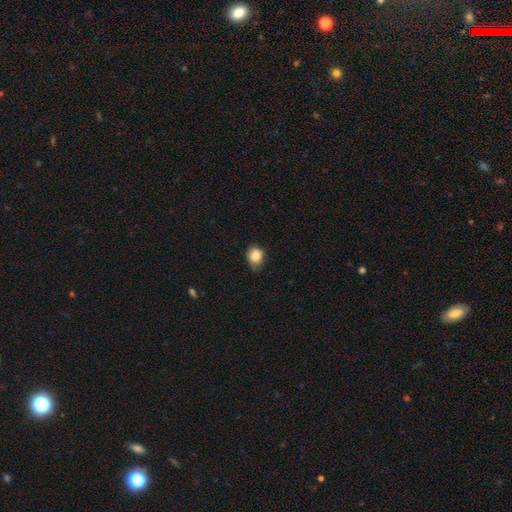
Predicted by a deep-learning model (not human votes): A smooth galaxy with no disk features (86%) that is round (54%).

Vote fractions:
- Smooth or featured? smooth: 86% / star or artifact: 9% / featured or disk: 6%
- How rounded? round: 54% / in between: 45% / cigar-shaped: 1%
- Merging? none: 61% / minor disturbance: 32% / major disturbance: 6% / merger: 1%